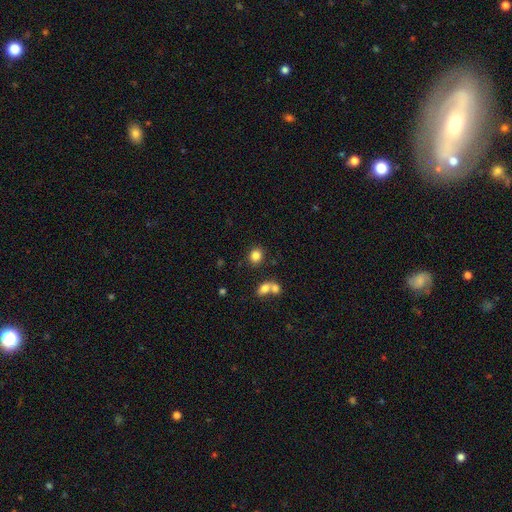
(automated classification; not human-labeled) The model was most divided on "how rounded": round: 71%, in between: 28%, cigar-shaped: 1%. More confident: smooth or featured — smooth (83%); merging — none (80%).